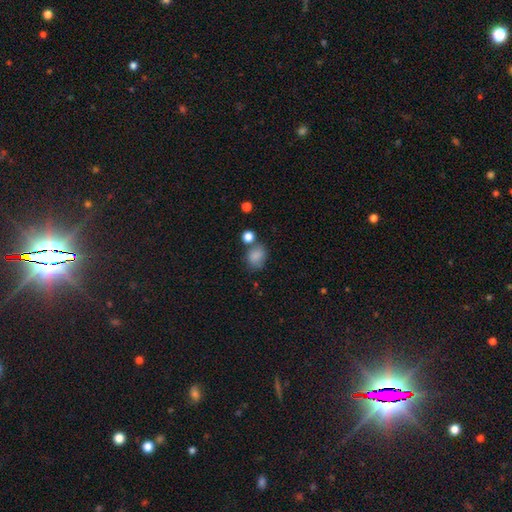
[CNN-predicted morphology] Q: Smooth or featured?
A: smooth (82%); runner-up: star or artifact (10%)
Q: How rounded?
A: round (51%); runner-up: in between (47%)
Q: Merging?
A: none (55%); runner-up: minor disturbance (20%)